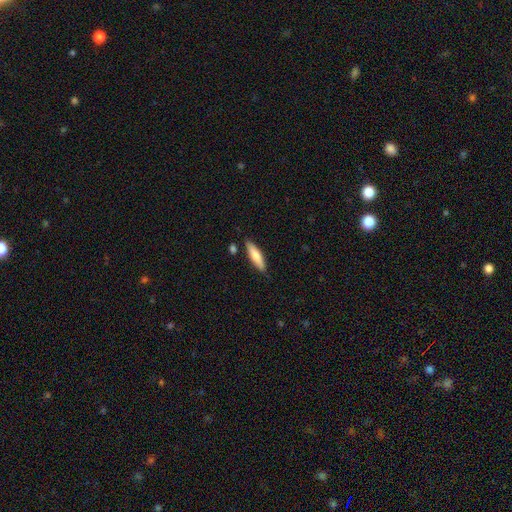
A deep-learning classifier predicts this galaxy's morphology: smooth 72%, featured or disk 23%, star or artifact 6%. Down the decision tree: how rounded — cigar-shaped (72%); merging — none (84%).